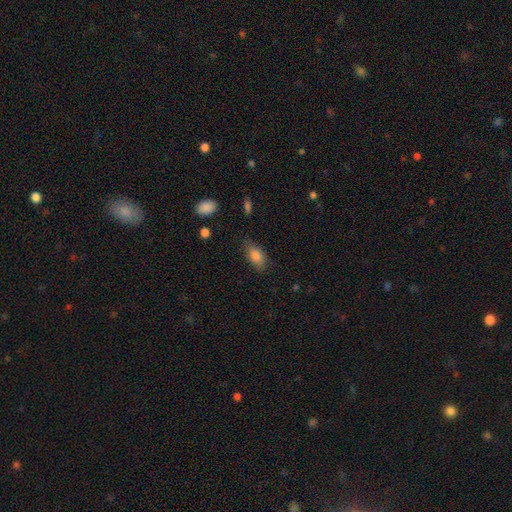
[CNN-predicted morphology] This appears to be a smooth galaxy with no disk features (83%) that is in between round and cigar-shaped (89%). Merging: none (76%).